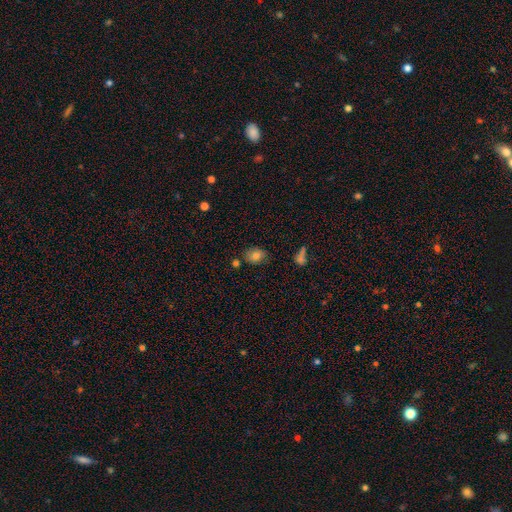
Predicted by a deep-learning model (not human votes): The model was most divided on "how rounded": in between: 65%, round: 33%, cigar-shaped: 1%. More confident: smooth or featured — smooth (78%); merging — none (75%).